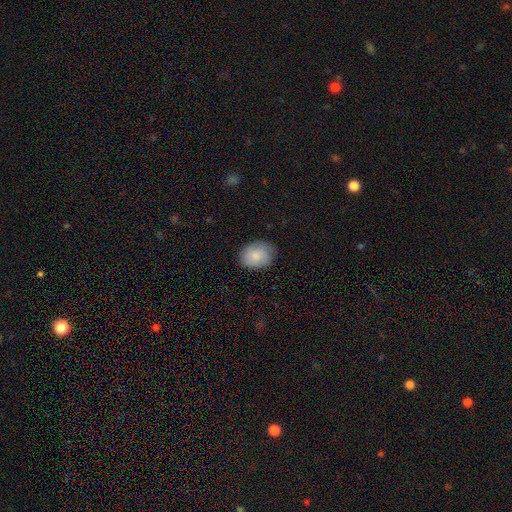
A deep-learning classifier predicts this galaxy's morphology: This appears to be a smooth galaxy with no disk features (84%) that is in between round and cigar-shaped (59%). Merging: none (80%).